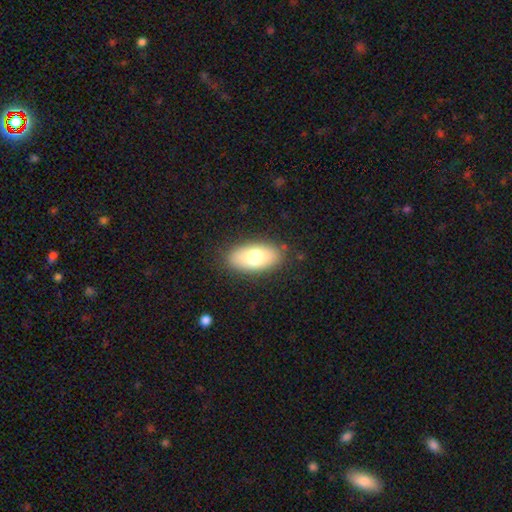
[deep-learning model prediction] Smooth or featured: smooth — 74% (featured or disk — 20%)
How rounded: in between — 91% (cigar-shaped — 5%)
Merging: none — 88% (minor disturbance — 9%)